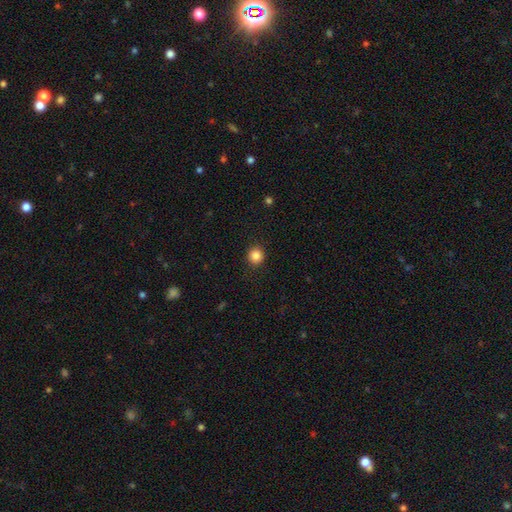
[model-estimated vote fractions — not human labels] Morphology: type=smooth (86%); roundness=round (90%); merging=none (91%).